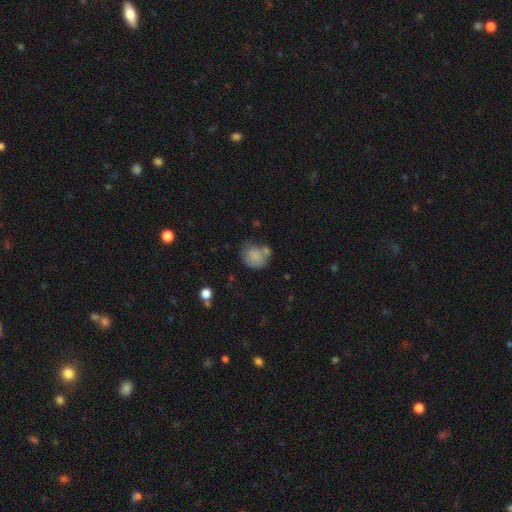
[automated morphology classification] smooth 82%, featured or disk 9%, star or artifact 9%. Down the decision tree: how rounded — round (67%); merging — none (52%).